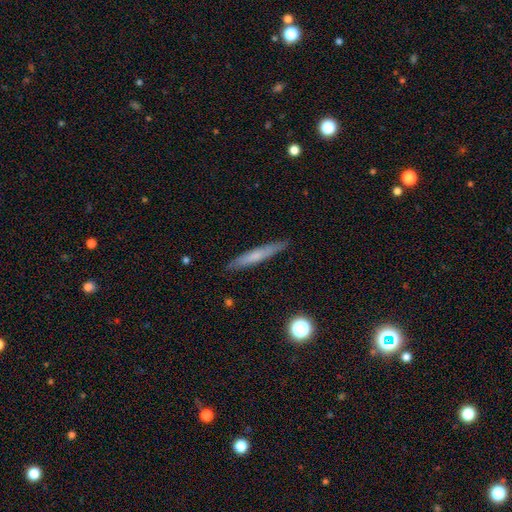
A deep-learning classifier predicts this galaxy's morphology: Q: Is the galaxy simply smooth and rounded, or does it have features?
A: smooth — 59%.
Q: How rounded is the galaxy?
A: cigar-shaped — 94%.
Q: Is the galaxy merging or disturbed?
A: none — 89%.